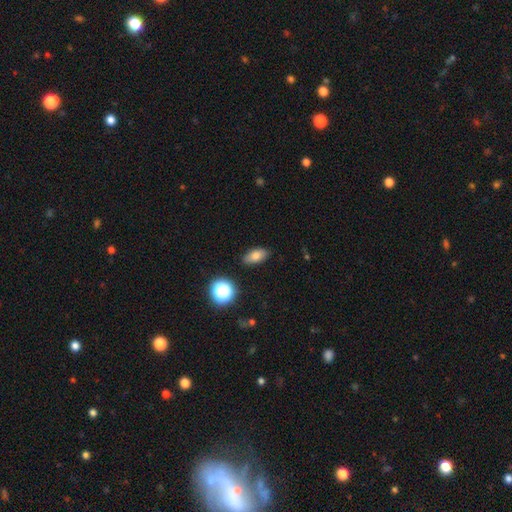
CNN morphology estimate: This is likely a smooth galaxy (76%). How rounded: clearly in between (84%). Merging: clearly none (86%).